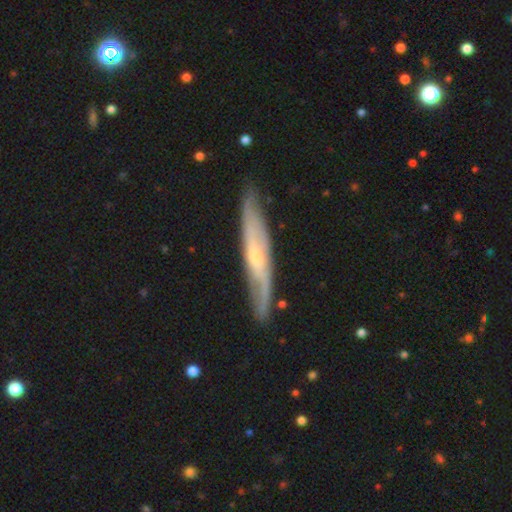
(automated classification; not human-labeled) Smooth or featured? featured or disk (71%)
Edge-on disk? yes (61%)
Merging? none (80%)